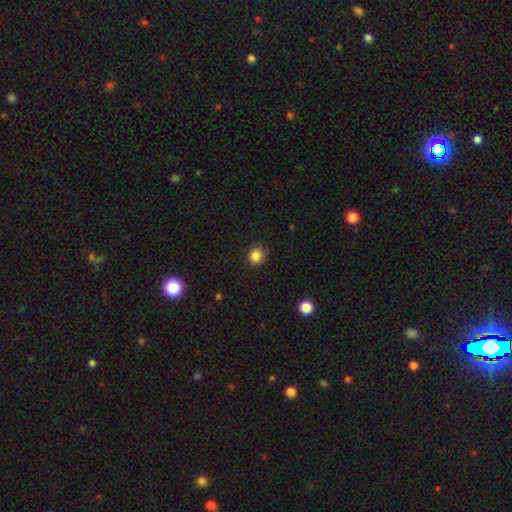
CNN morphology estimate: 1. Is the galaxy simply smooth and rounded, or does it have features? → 85% smooth, 11% star or artifact, 4% featured or disk.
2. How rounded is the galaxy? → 91% round, 8% in between, 1% cigar-shaped.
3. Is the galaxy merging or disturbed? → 89% none, 8% minor disturbance, 2% major disturbance, 1% merger.